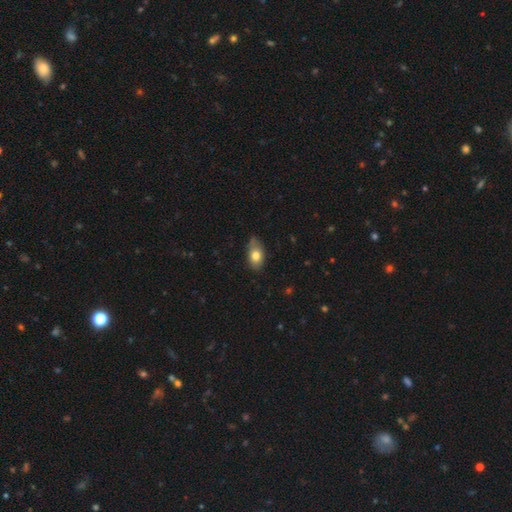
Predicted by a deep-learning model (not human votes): smooth-or-featured: smooth: 75% | featured or disk: 17% | star or artifact: 8%
  how-rounded: in between: 88% | round: 8% | cigar-shaped: 3%
  merging: none: 70% | minor disturbance: 25% | major disturbance: 4% | merger: 1%